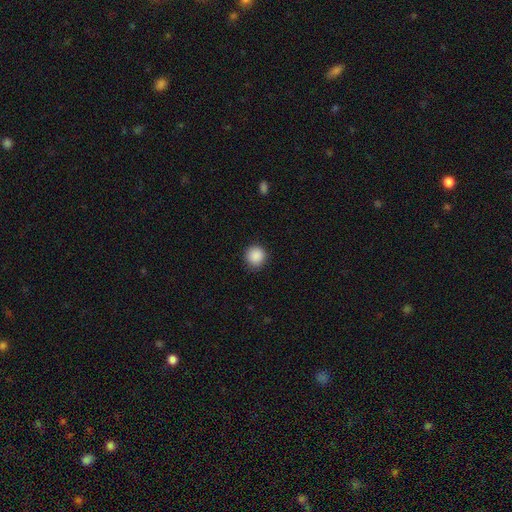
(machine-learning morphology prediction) This appears to be a smooth galaxy with no disk features (89%) that is round (92%). Merging: none (88%).